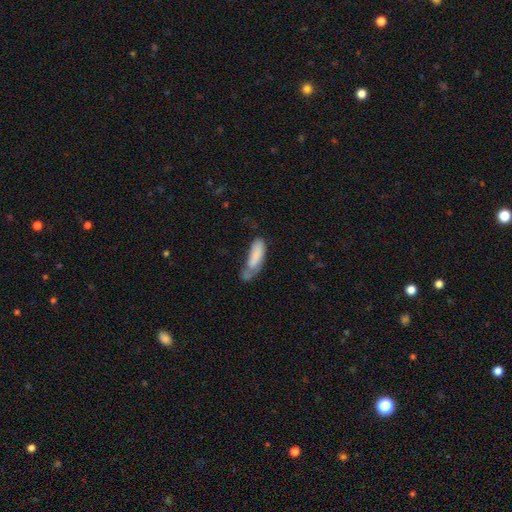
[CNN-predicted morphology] smooth_or_featured: smooth (p=0.79) [alt: featured or disk p=0.14]
how_rounded: in between (p=0.56) [alt: cigar-shaped p=0.43]
merging: none (p=0.30) [alt: minor disturbance p=0.28]